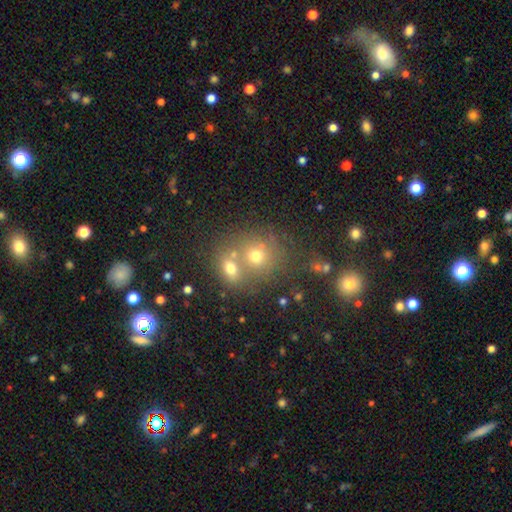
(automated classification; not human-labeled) Q: Smooth or featured?
A: smooth (54%); runner-up: star or artifact (31%)
Q: How rounded?
A: round (79%); runner-up: in between (19%)
Q: Merging?
A: none (48%); runner-up: merger (41%)